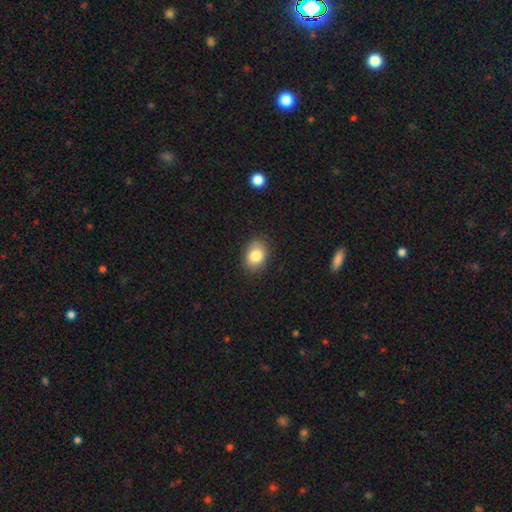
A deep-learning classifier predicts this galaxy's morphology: Smooth or featured?
  - smooth: 84% *
  - star or artifact: 9%
  - featured or disk: 8%
How rounded?
  - in between: 68% *
  - round: 31%
  - cigar-shaped: 1%
Merging?
  - none: 85% *
  - minor disturbance: 12%
  - major disturbance: 3%
  - merger: 1%